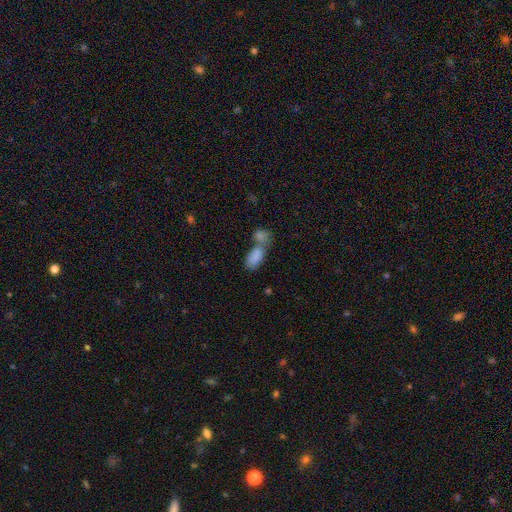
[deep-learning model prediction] Overall: smooth (85%). How rounded: in between (90%). Merging: merger (58%; none 27%).